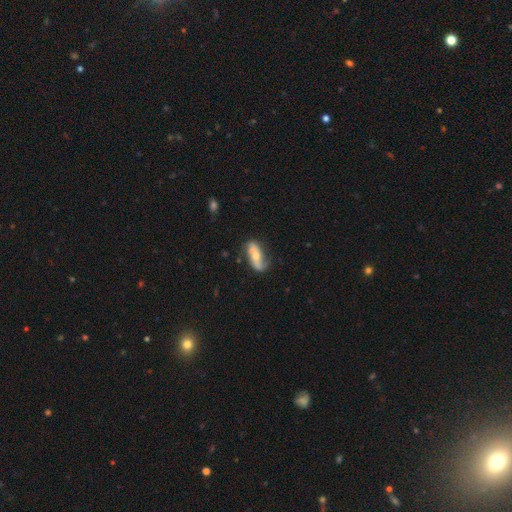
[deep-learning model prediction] Smooth or featured? featured or disk (63%)
Edge-on disk? no (86%)
Bar? no (58%)
Spiral arms? yes (81%)
Bulge size? moderate (62%)
Merging? none (66%)